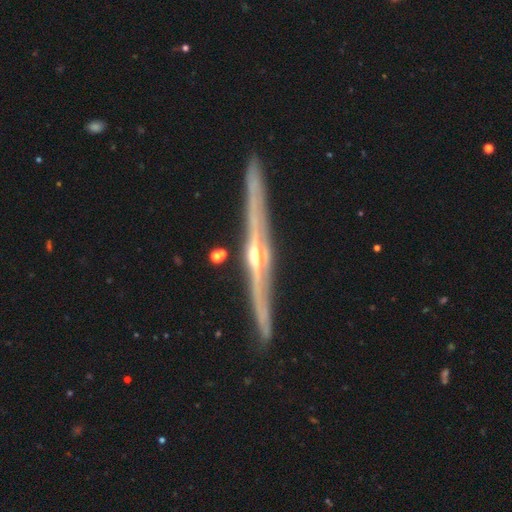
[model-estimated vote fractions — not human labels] A featured or disk galaxy (88%) viewed edge-on (98%) with a rounded central bulge (83%).

Vote fractions:
- Smooth or featured? featured or disk: 88% / smooth: 7% / star or artifact: 5%
- Edge-on disk? yes: 98% / no: 2%
- Edge-on bulge? rounded: 83% / none: 10% / boxy: 7%
- Merging? none: 87% / minor disturbance: 9% / merger: 2% / major disturbance: 2%